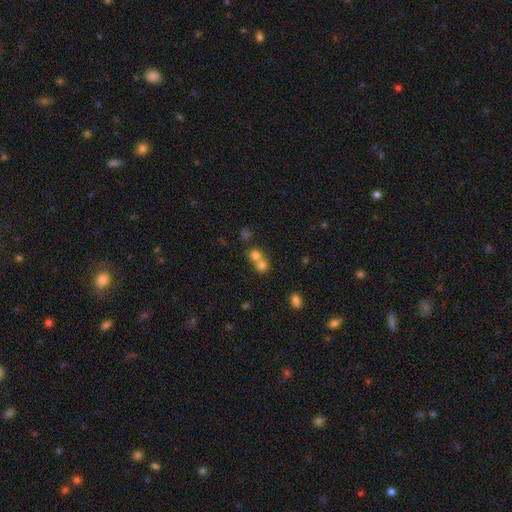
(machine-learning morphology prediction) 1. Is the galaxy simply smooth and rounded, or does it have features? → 74% smooth, 14% star or artifact, 12% featured or disk.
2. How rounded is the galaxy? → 84% round, 15% in between, 1% cigar-shaped.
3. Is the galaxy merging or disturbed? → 59% merger, 35% none, 4% minor disturbance, 2% major disturbance.